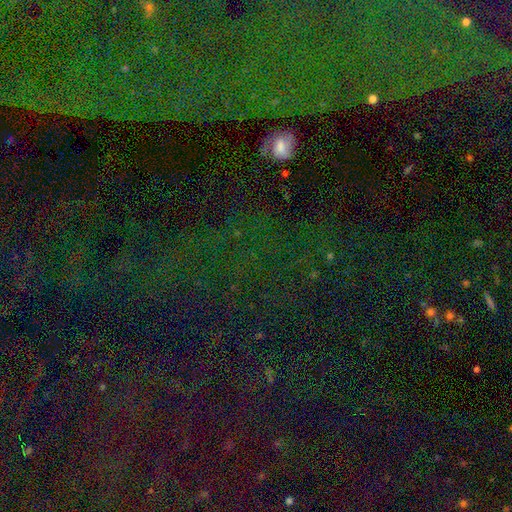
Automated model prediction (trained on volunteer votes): Smooth or featured?
  - star or artifact: 81% *
  - smooth: 10%
  - featured or disk: 9%